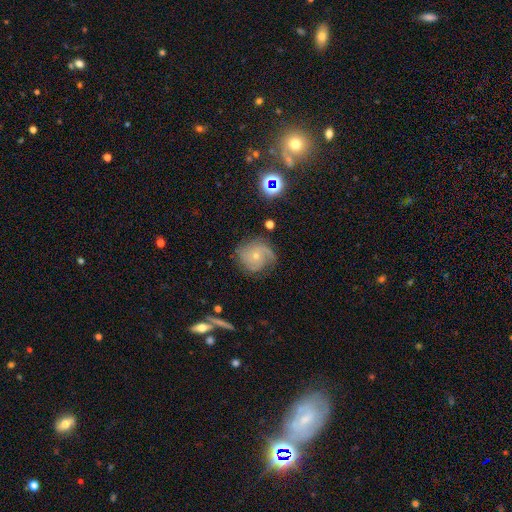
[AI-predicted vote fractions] Overall: featured or disk (75%). Edge-on disk: no (97%). Bar: no (80%). Spiral arms: yes (94%). Spiral arm count: 2 (31%; 3 27%). Spiral winding: tight (46%; medium 39%). Bulge size: small (66%; moderate 30%). Merging: none (66%).